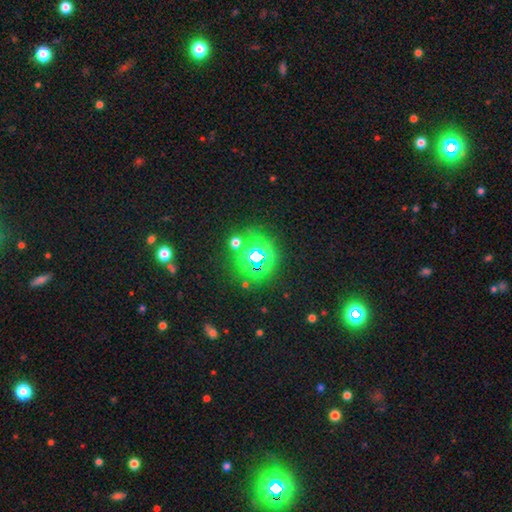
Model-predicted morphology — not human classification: This is likely a star or artifact rather than a galaxy (71%).